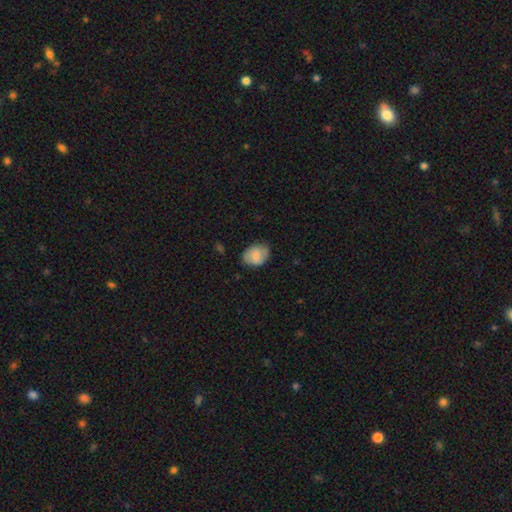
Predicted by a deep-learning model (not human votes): A smooth galaxy with no disk features (74%) that is in between round and cigar-shaped (70%). Merging: none (70%).